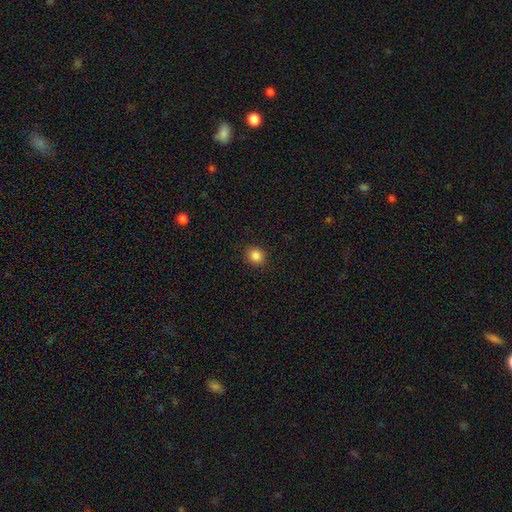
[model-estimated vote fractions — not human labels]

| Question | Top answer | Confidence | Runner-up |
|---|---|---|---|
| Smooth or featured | smooth | 86% | star or artifact (11%) |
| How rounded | round | 82% | in between (17%) |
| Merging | none | 91% | minor disturbance (6%) |